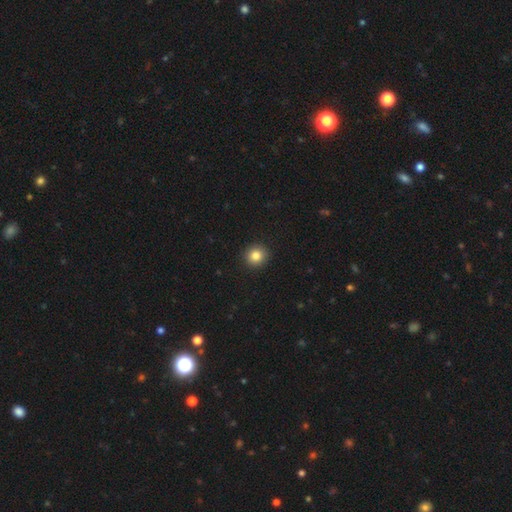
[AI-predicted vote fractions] The model was most divided on "smooth or featured": smooth: 84%, star or artifact: 10%, featured or disk: 6%. More confident: merging — none (93%); how rounded — round (91%).